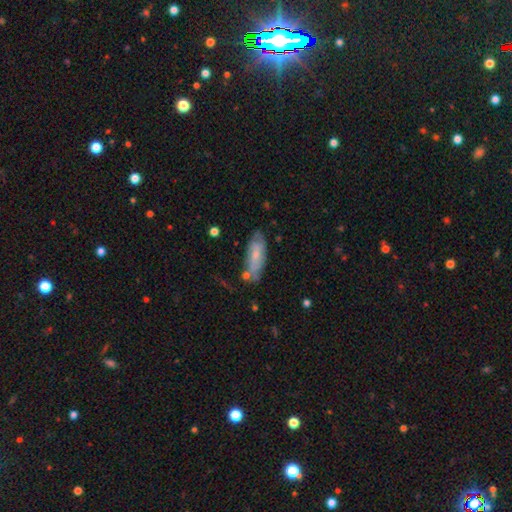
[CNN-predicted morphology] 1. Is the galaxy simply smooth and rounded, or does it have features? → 57% smooth, 36% featured or disk, 7% star or artifact.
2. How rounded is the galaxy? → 69% in between, 29% cigar-shaped, 2% round.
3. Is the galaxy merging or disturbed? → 57% none, 25% minor disturbance, 9% merger, 8% major disturbance.